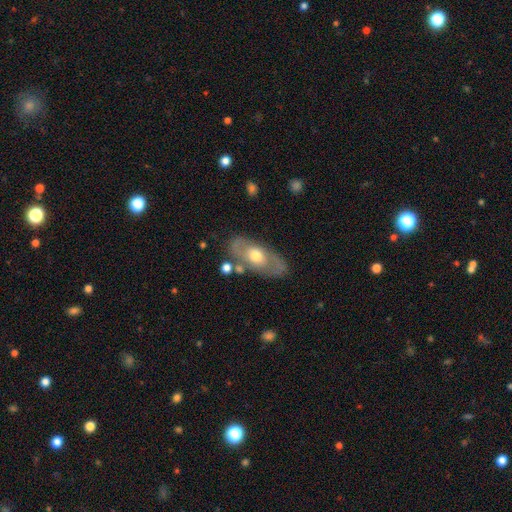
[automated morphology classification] type=featured or disk (56%); edge-on=no (83%); merging=none (74%).